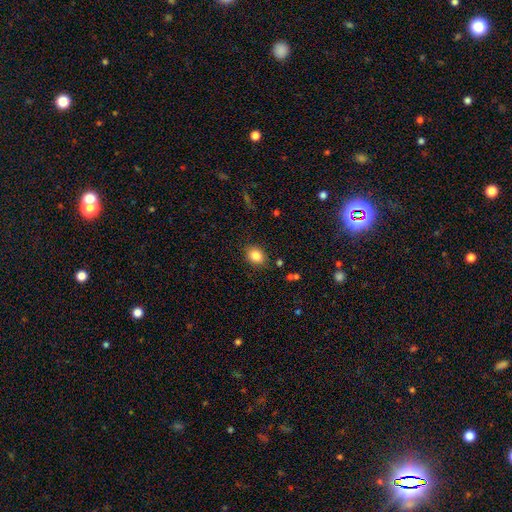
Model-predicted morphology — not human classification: Overall: smooth (85%). How rounded: in between (59%; round 40%). Merging: none (85%).